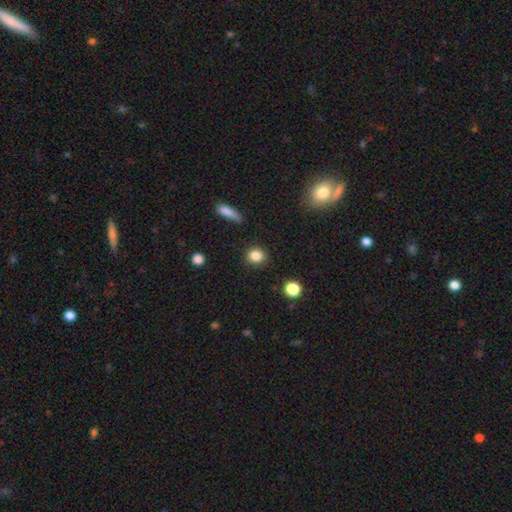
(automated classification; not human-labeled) smooth-or-featured: smooth: 85% | star or artifact: 10% | featured or disk: 5%
  how-rounded: round: 83% | in between: 15% | cigar-shaped: 2%
  merging: none: 89% | minor disturbance: 7% | major disturbance: 2% | merger: 2%